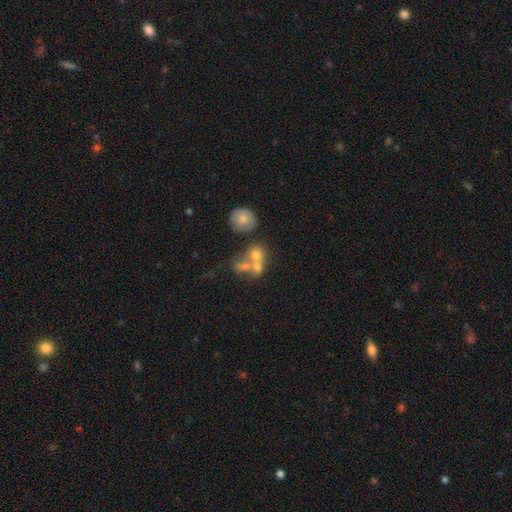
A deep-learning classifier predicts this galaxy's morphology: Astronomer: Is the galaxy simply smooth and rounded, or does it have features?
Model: smooth — 60%.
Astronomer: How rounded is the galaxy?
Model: round — 67%.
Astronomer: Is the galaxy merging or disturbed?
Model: merger — 56%.